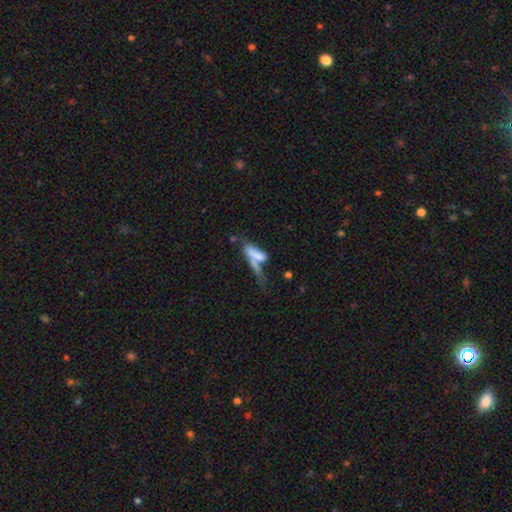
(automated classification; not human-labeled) smooth_or_featured: smooth (p=0.62) [alt: featured or disk p=0.28]
how_rounded: cigar-shaped (p=0.53) [alt: in between p=0.43]
merging: merger (p=0.45) [alt: none p=0.22]